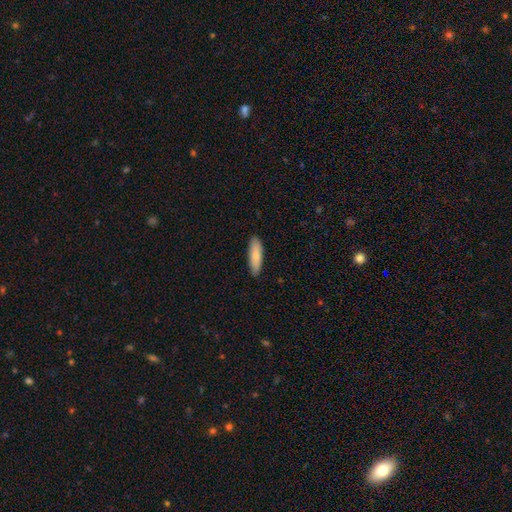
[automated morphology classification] Smooth or featured?
  - smooth: 81% *
  - featured or disk: 14%
  - star or artifact: 5%
How rounded?
  - cigar-shaped: 53% *
  - in between: 45%
  - round: 2%
Merging?
  - none: 88% *
  - minor disturbance: 9%
  - major disturbance: 2%
  - merger: 1%